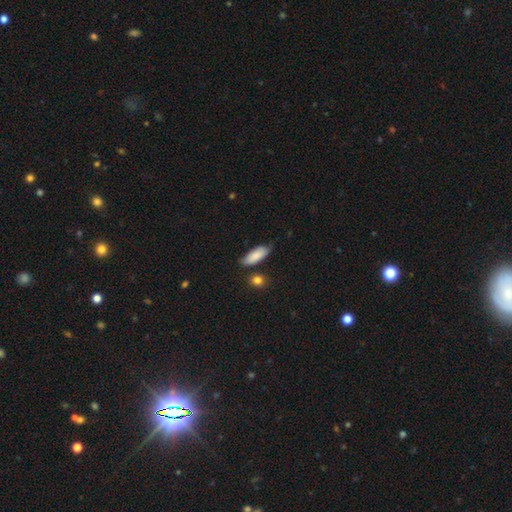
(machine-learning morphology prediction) Overall: smooth (85%). How rounded: in between (73%). Merging: none (72%).